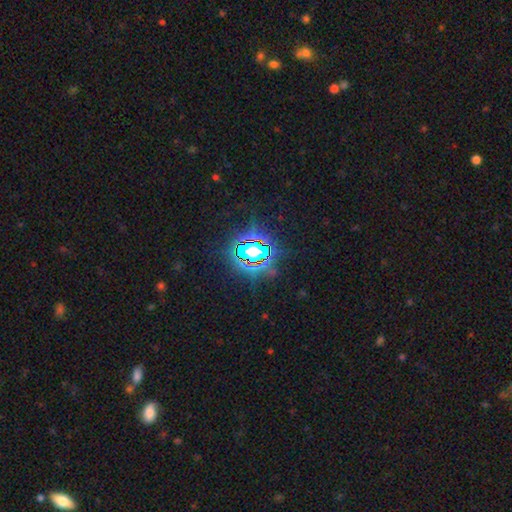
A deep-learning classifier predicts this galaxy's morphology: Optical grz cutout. It shows a star or artifact, not a galaxy (81%).